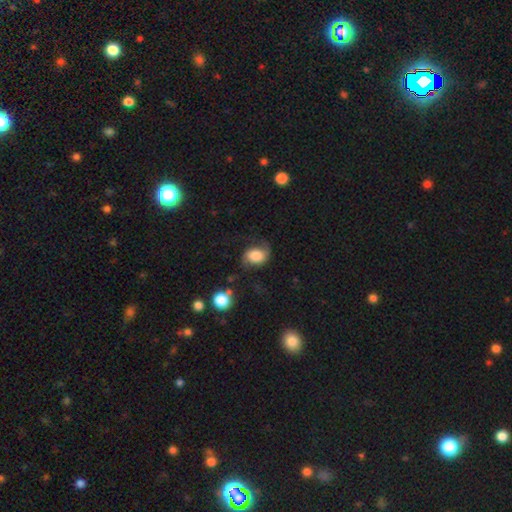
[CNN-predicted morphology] smooth 49%, featured or disk 42%, star or artifact 10%. Down the decision tree: merging — none (59%).